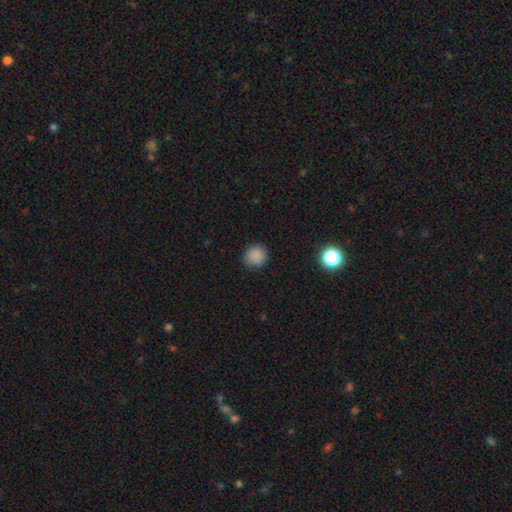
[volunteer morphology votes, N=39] Volunteers were most divided on "merging": none: 83%, minor disturbance: 11%, major disturbance: 6%, merger: 0%. More confident: how rounded — round (97%); smooth or featured — smooth (90%).